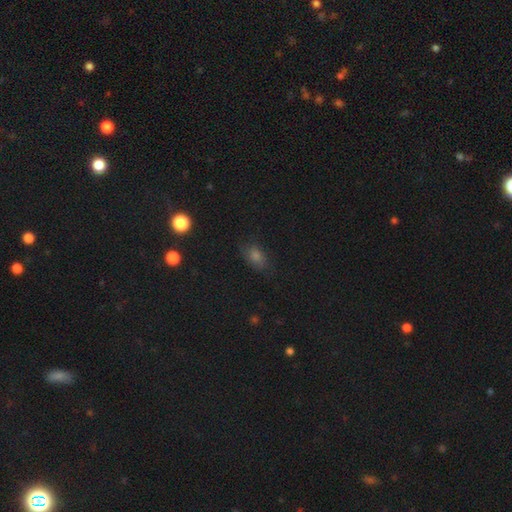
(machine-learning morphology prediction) A smooth galaxy with no disk features (68%) that is in between round and cigar-shaped (76%). Merging: none (79%).